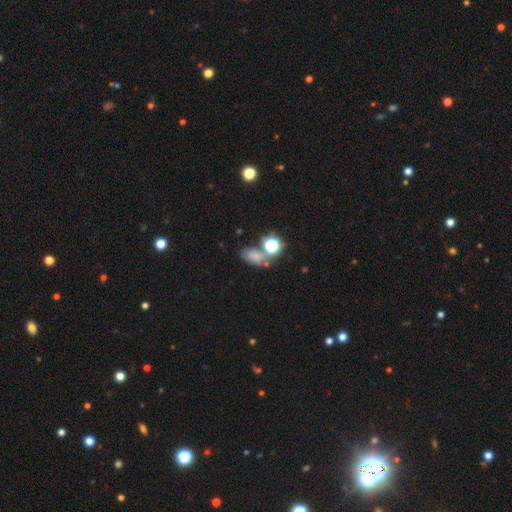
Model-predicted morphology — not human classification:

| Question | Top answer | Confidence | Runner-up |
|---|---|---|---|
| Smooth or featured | smooth | 62% | star or artifact (26%) |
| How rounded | in between | 75% | round (23%) |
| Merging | none | 48% | merger (25%) |